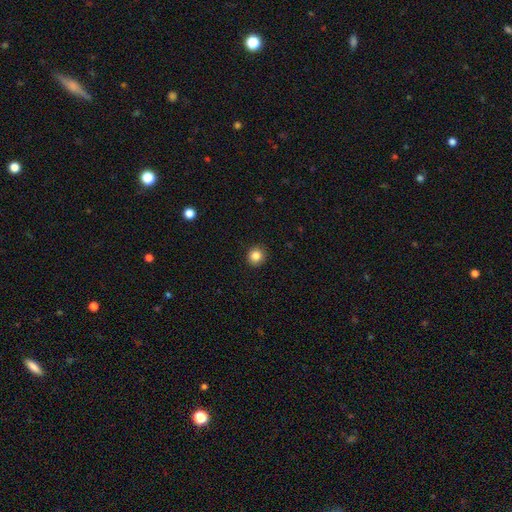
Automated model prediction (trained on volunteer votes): This appears to be a smooth galaxy with no disk features (85%) that is round (91%). Merging: none (92%).